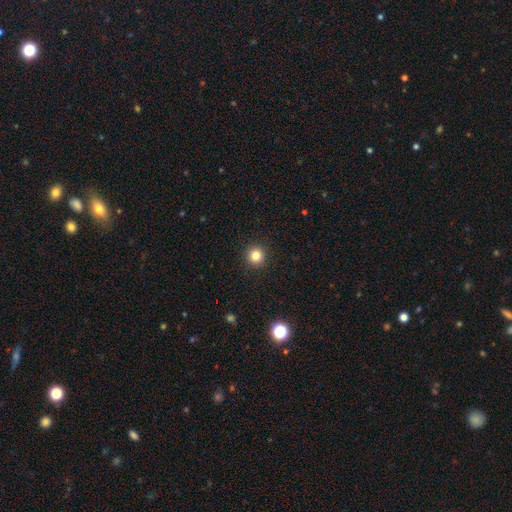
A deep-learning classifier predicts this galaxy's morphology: smooth-or-featured: smooth: 82% | star or artifact: 13% | featured or disk: 5%
  how-rounded: round: 95% | in between: 4% | cigar-shaped: 1%
  merging: none: 93% | minor disturbance: 5% | major disturbance: 2% | merger: 1%